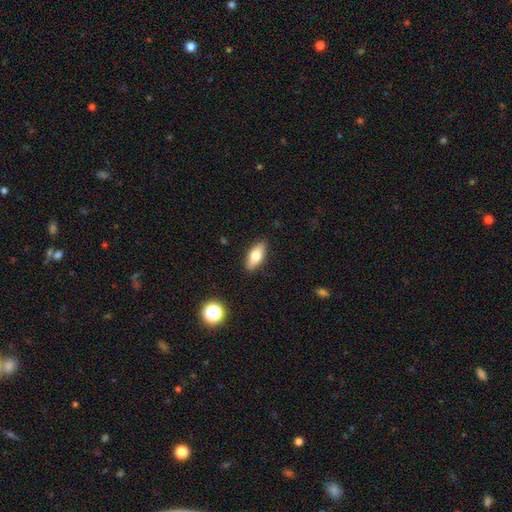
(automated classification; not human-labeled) This appears to be a smooth galaxy with no disk features (72%) that is in between round and cigar-shaped (81%). Merging: none (88%).